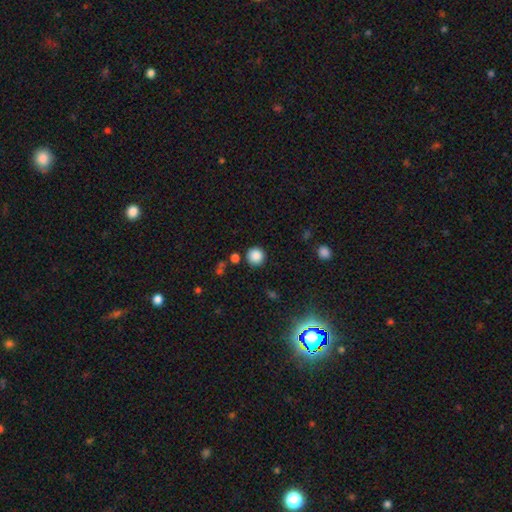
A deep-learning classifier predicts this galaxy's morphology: smooth-or-featured: smooth: 86% | star or artifact: 11% | featured or disk: 3%
  how-rounded: round: 95% | in between: 4% | cigar-shaped: 1%
  merging: none: 88% | minor disturbance: 6% | merger: 3% | major disturbance: 2%